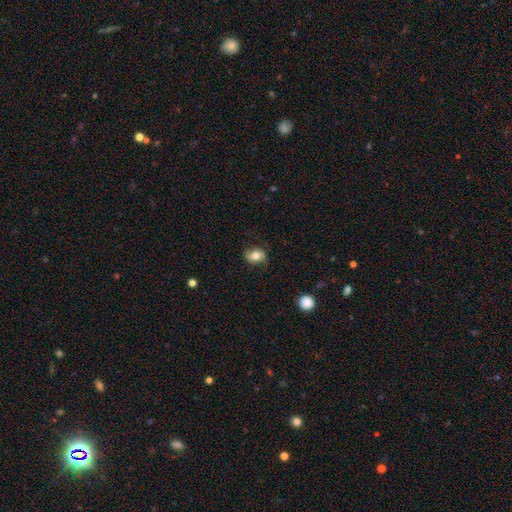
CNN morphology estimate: Smooth or featured? smooth (73%)
How rounded? in between (76%)
Merging? none (76%)